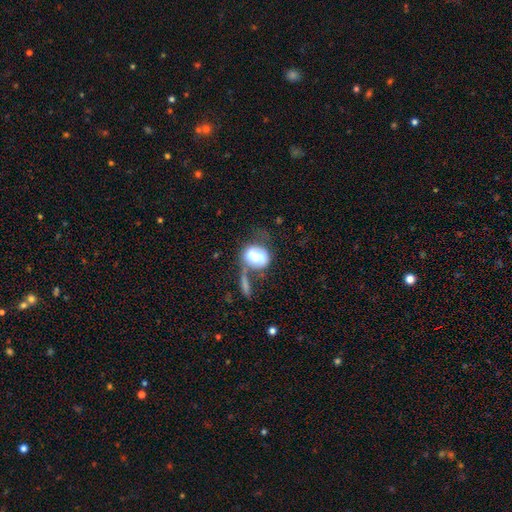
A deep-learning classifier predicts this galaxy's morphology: type=smooth (62%); roundness=in between (52%); merging=none (31%).